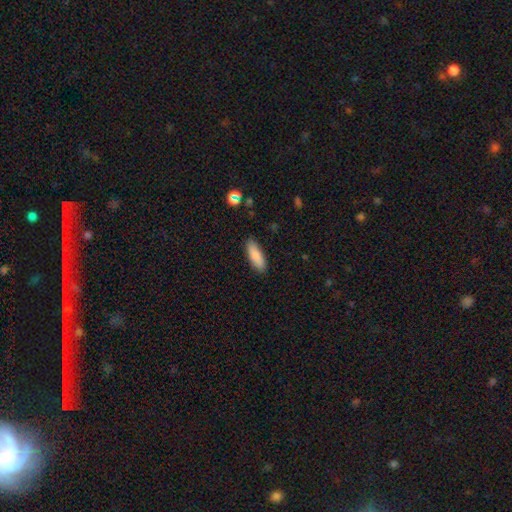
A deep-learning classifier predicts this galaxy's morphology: smooth_or_featured: smooth (p=0.86) [alt: featured or disk p=0.07]
how_rounded: in between (p=0.62) [alt: cigar-shaped p=0.37]
merging: none (p=0.87) [alt: minor disturbance p=0.10]